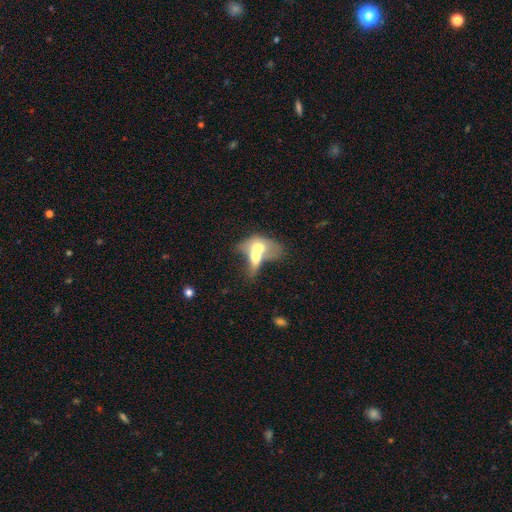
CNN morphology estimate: Smooth or featured? Predicted: smooth (p=0.56). How rounded? Predicted: in between (p=0.73). Merging? Predicted: merger (p=0.81).